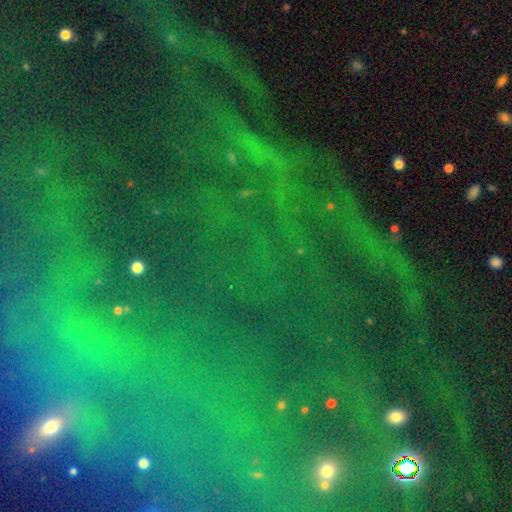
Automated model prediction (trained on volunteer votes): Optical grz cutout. It shows a star or artifact, not a galaxy (83%).